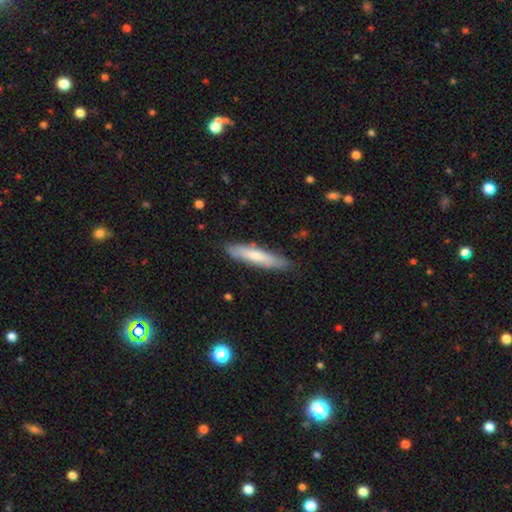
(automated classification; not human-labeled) A smooth galaxy with no disk features (66%) that is cigar-shaped (82%).

Vote fractions:
- Smooth or featured? smooth: 66% / featured or disk: 29% / star or artifact: 5%
- How rounded? cigar-shaped: 82% / in between: 17% / round: 1%
- Merging? none: 82% / minor disturbance: 14% / major disturbance: 2% / merger: 1%